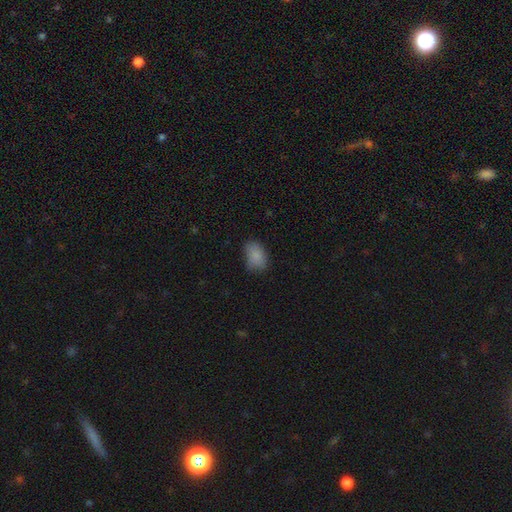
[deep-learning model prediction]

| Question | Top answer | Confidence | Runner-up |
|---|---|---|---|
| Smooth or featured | smooth | 85% | star or artifact (8%) |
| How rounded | in between | 84% | round (15%) |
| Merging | none | 66% | minor disturbance (26%) |